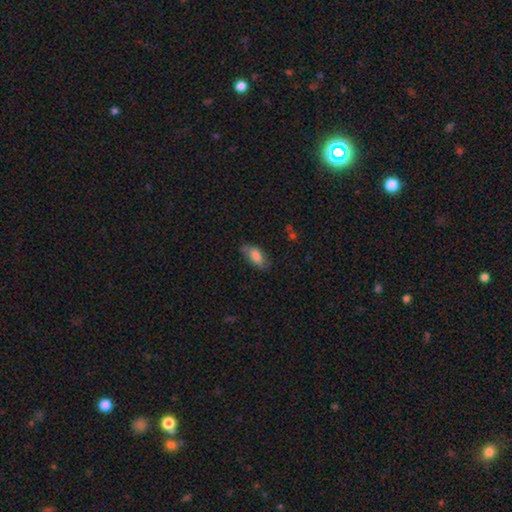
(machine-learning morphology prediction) smooth-or-featured: smooth: 75% | featured or disk: 18% | star or artifact: 7%
  how-rounded: in between: 88% | cigar-shaped: 9% | round: 3%
  merging: none: 70% | minor disturbance: 22% | major disturbance: 6% | merger: 2%